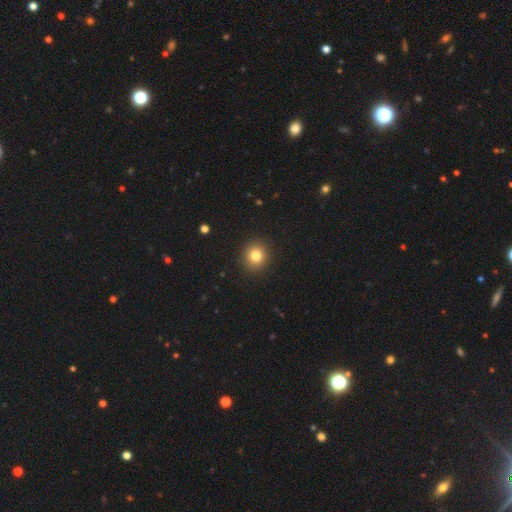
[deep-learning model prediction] This appears to be a smooth galaxy with no disk features (81%) that is round (89%). Merging: none (92%).